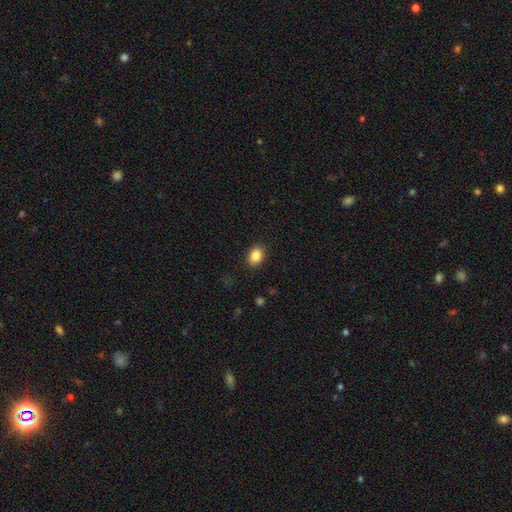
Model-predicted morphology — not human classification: Smooth or featured? Predicted: smooth (p=0.86). How rounded? Predicted: in between (p=0.74). Merging? Predicted: none (p=0.89).